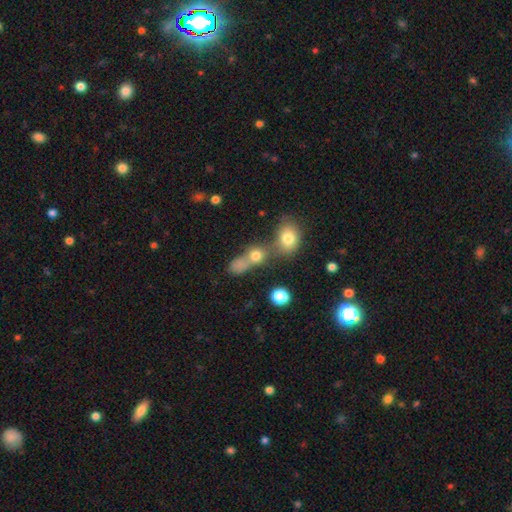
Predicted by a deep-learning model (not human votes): Smooth or featured?
  - smooth: 71% *
  - star or artifact: 16%
  - featured or disk: 13%
How rounded?
  - round: 58% *
  - in between: 37%
  - cigar-shaped: 6%
Merging?
  - merger: 51% *
  - none: 33%
  - minor disturbance: 9%
  - major disturbance: 7%